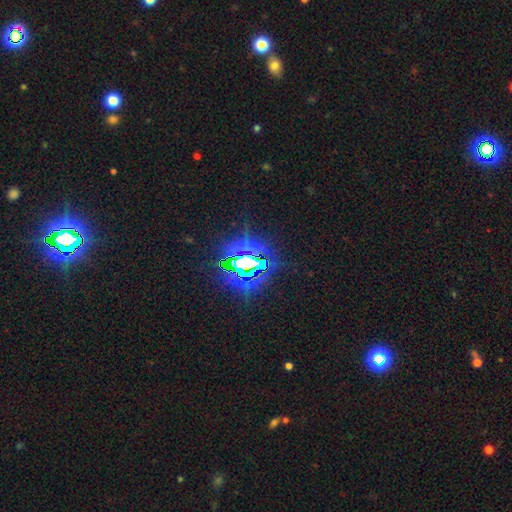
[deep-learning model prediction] smooth_or_featured: star or artifact (p=0.85) [alt: smooth p=0.09]